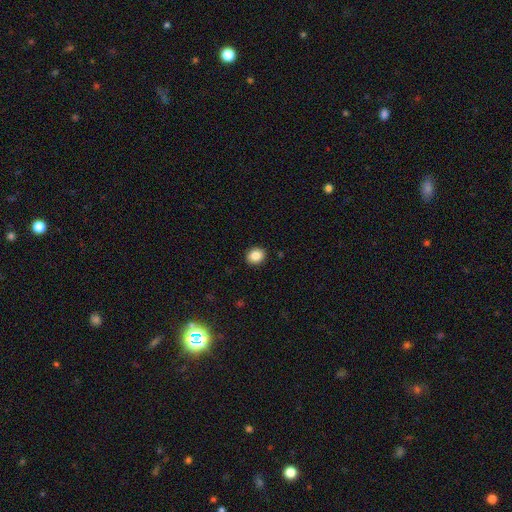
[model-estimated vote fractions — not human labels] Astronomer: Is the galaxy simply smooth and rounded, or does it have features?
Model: smooth — 86%.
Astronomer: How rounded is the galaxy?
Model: round — 63%.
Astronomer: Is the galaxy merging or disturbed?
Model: none — 91%.